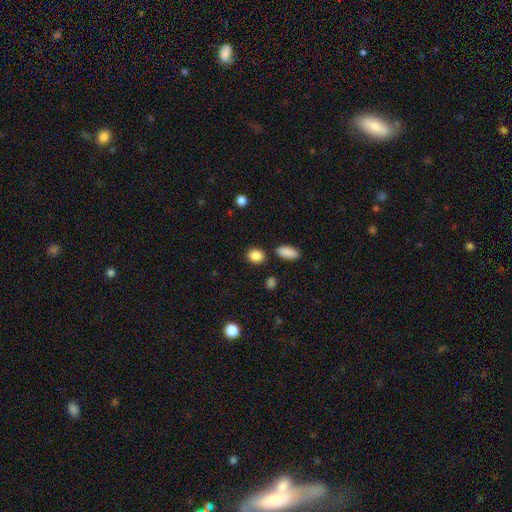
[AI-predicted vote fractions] Morphology: type=smooth (87%); roundness=in between (53%); merging=none (83%).